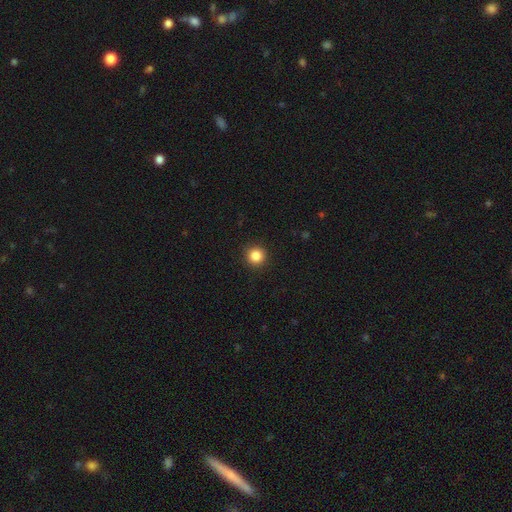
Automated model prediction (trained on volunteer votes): smooth_or_featured: smooth (p=0.85) [alt: star or artifact p=0.11]
how_rounded: round (p=0.95) [alt: in between p=0.04]
merging: none (p=0.93) [alt: minor disturbance p=0.05]